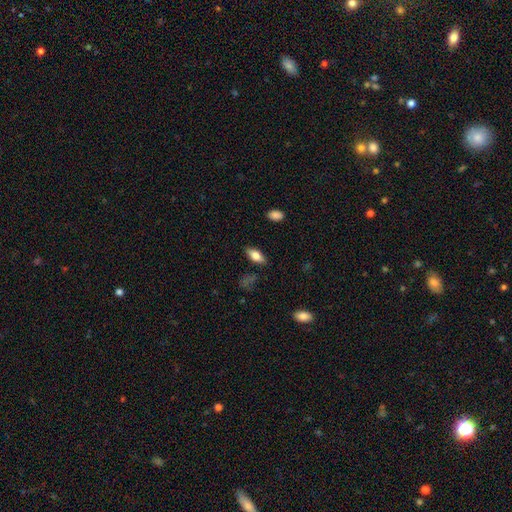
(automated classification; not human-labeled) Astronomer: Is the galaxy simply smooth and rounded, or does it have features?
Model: smooth — 73%.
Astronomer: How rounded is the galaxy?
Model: in between — 83%.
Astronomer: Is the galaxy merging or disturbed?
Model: none — 84%.